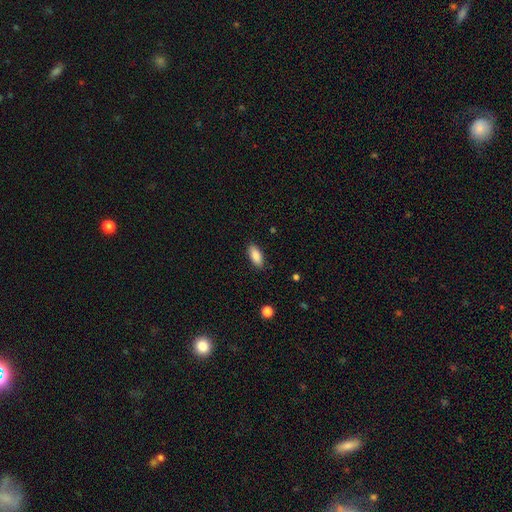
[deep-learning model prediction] Smooth or featured? Predicted: smooth (p=0.88). How rounded? Predicted: in between (p=0.86). Merging? Predicted: none (p=0.88).